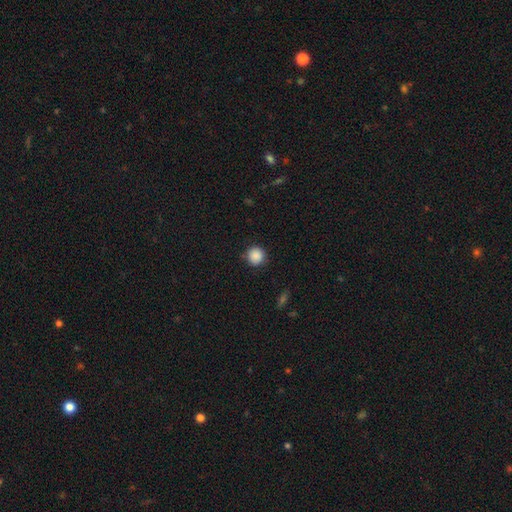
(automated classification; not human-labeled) This appears to be a smooth galaxy with no disk features (88%) that is round (94%). Merging: none (89%).